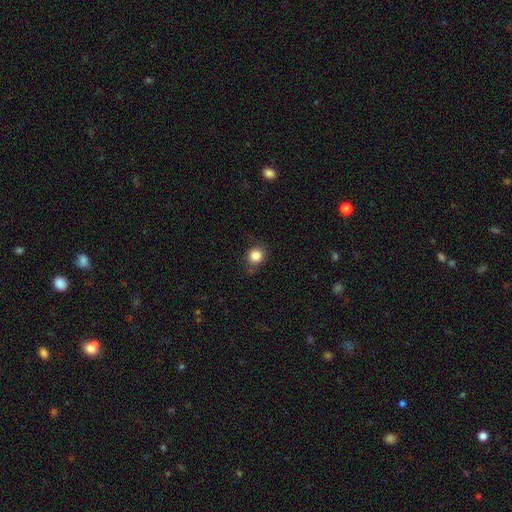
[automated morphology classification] smooth 84%, star or artifact 11%, featured or disk 5%. Down the decision tree: how rounded — round (89%); merging — none (78%).